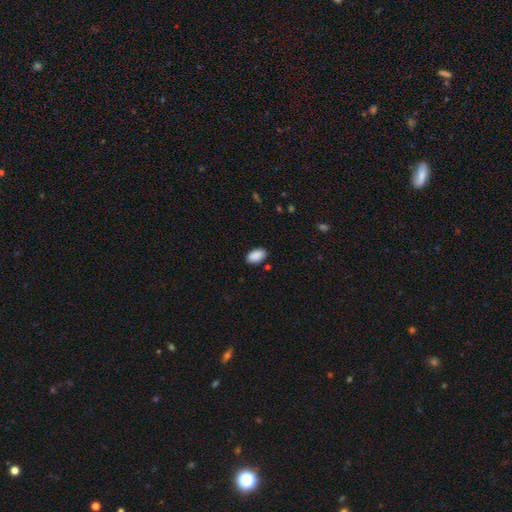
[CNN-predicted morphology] Smooth or featured? smooth (90%)
How rounded? in between (94%)
Merging? none (86%)